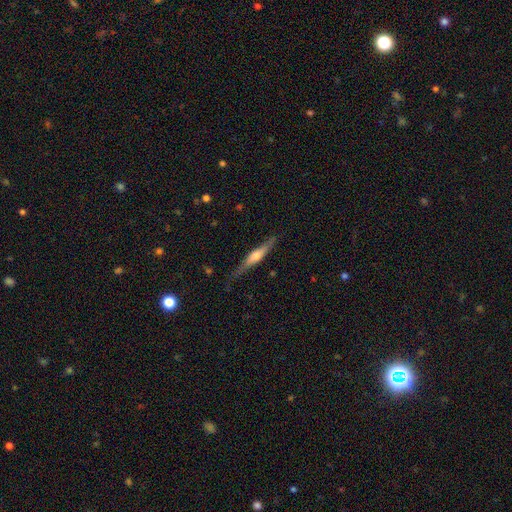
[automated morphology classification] The model was most divided on "smooth or featured": featured or disk: 60%, smooth: 34%, star or artifact: 5%. More confident: edge-on disk — yes (95%); edge-on bulge — rounded (83%); merging — none (77%).